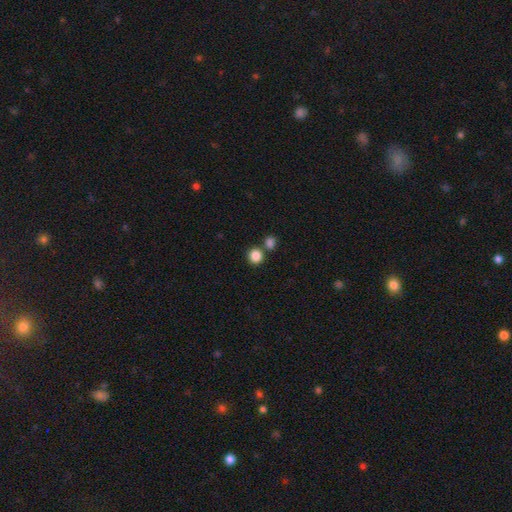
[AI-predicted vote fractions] Overall: smooth (86%). How rounded: round (89%). Merging: none (68%).